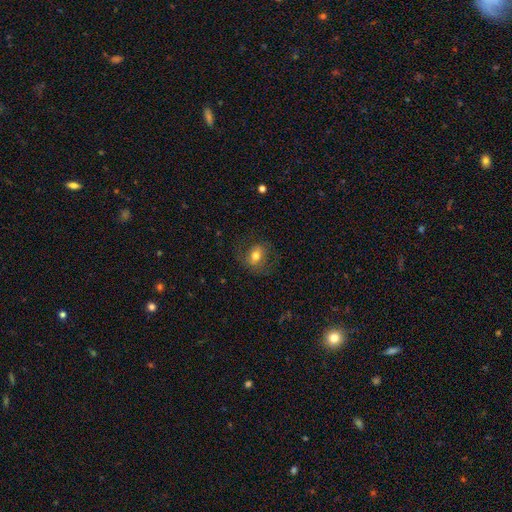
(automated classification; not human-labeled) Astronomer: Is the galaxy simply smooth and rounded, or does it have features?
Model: smooth — 60%.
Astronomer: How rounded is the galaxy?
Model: in between — 57% (runner-up: round, 41%).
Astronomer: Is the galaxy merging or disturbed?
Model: none — 68%.